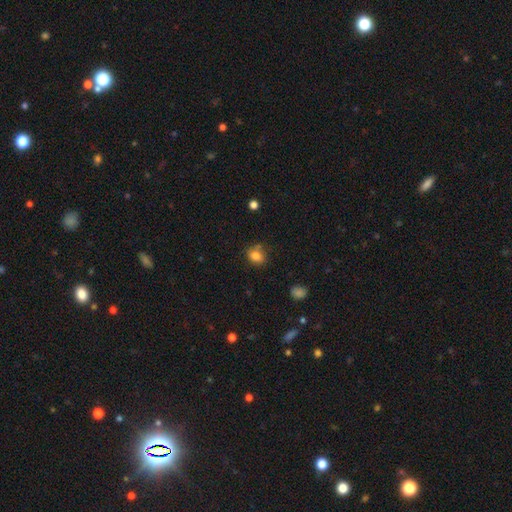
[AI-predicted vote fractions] A smooth galaxy with no disk features (82%) that is in between round and cigar-shaped (50%). Merging: none (68%).